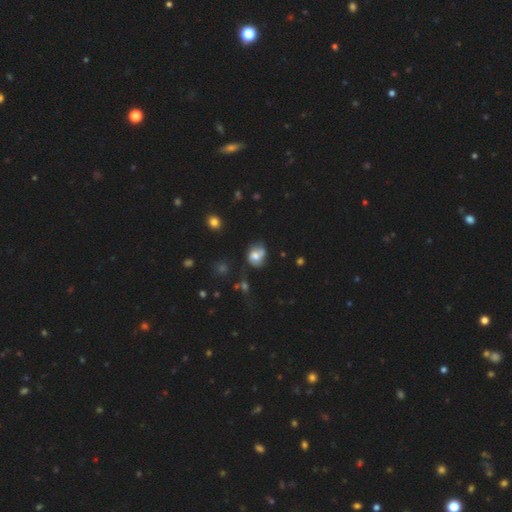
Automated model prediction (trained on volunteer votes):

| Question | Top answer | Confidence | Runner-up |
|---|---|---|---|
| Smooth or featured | smooth | 58% | featured or disk (31%) |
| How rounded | round | 53% | in between (46%) |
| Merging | none | 40% | minor disturbance (26%) |